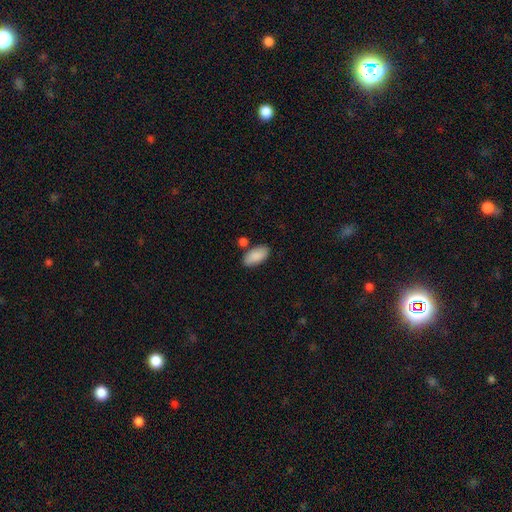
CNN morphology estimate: The model was most divided on "merging": none: 76%, minor disturbance: 12%, merger: 8%, major disturbance: 3%. More confident: how rounded — in between (94%); smooth or featured — smooth (89%).